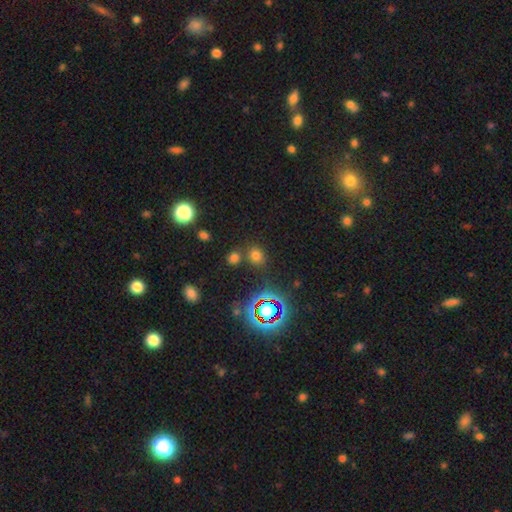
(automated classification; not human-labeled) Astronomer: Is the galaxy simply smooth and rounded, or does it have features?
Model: smooth — 65%.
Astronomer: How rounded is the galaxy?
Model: round — 75%.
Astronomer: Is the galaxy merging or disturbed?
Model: none — 75%.